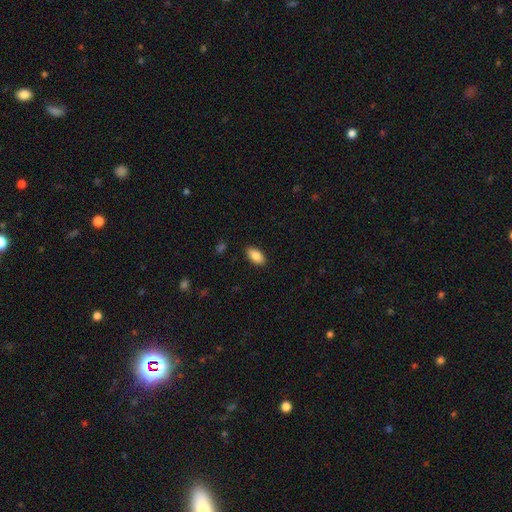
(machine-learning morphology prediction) Overall: smooth (85%). How rounded: in between (92%). Merging: none (88%).